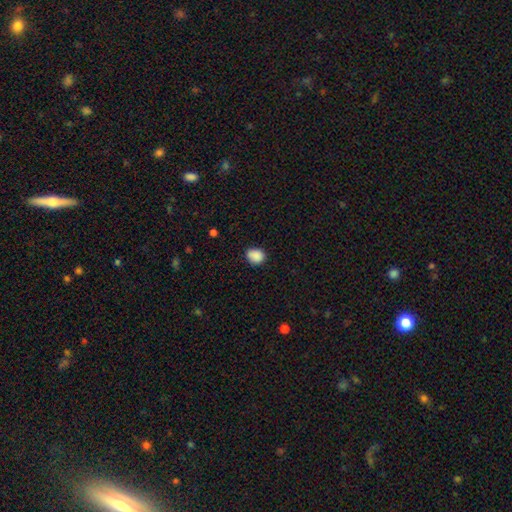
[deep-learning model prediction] smooth_or_featured: smooth (p=0.88) [alt: star or artifact p=0.09]
how_rounded: round (p=0.59) [alt: in between p=0.40]
merging: none (p=0.78) [alt: minor disturbance p=0.17]